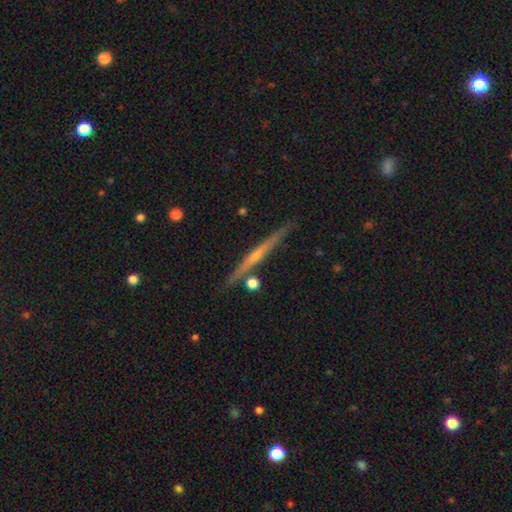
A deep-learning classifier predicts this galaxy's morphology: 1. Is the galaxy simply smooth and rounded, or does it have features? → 74% featured or disk, 19% smooth, 6% star or artifact.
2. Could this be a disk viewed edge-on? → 97% yes, 3% no.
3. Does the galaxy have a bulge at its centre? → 60% rounded, 36% none, 4% boxy.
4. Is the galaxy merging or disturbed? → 86% none, 9% minor disturbance, 4% merger, 2% major disturbance.